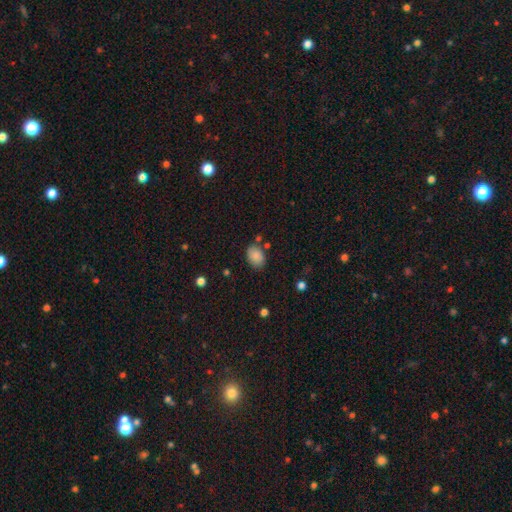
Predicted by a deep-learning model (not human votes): This is clearly a smooth galaxy (87%). How rounded: likely in between (80%). Merging: likely none (76%).